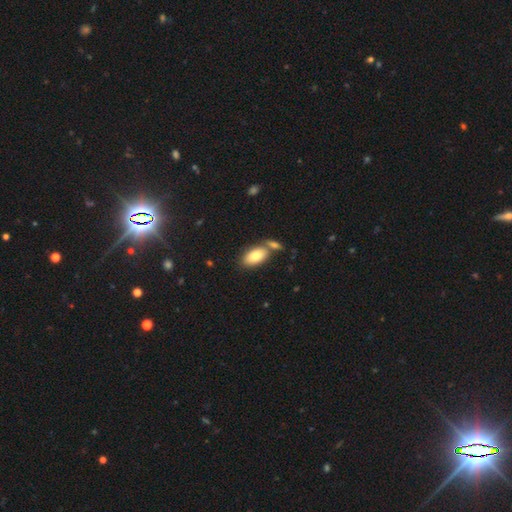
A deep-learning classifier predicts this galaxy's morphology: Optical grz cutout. It shows a smooth galaxy with no disk features (82%) that is in between round and cigar-shaped (93%). Merging: none (58%).